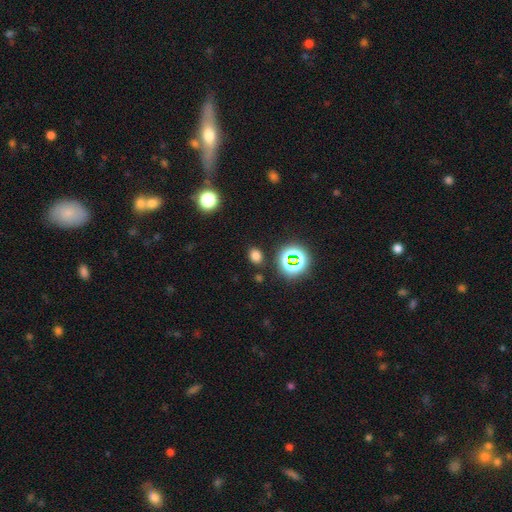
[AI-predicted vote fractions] The model was most divided on "how rounded": in between: 53%, round: 46%, cigar-shaped: 1%. More confident: merging — none (85%); smooth or featured — smooth (71%).